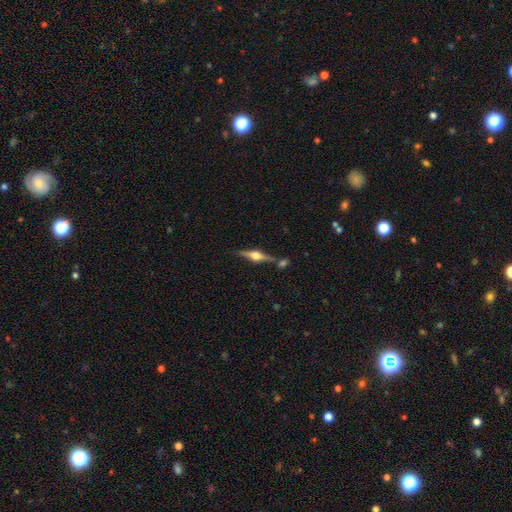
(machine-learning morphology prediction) This appears to be a featured or disk galaxy (78%) viewed edge-on (97%) with a rounded central bulge (94%). Merging: none (76%).